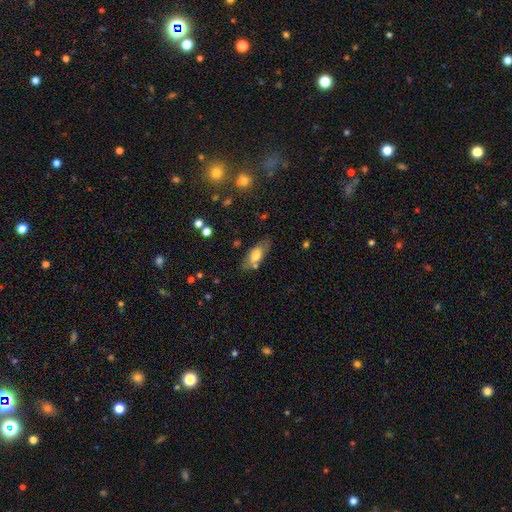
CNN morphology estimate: Smooth or featured?
  - smooth: 70% *
  - featured or disk: 22%
  - star or artifact: 7%
How rounded?
  - in between: 83% *
  - cigar-shaped: 14%
  - round: 3%
Merging?
  - none: 70% *
  - minor disturbance: 18%
  - merger: 7%
  - major disturbance: 5%